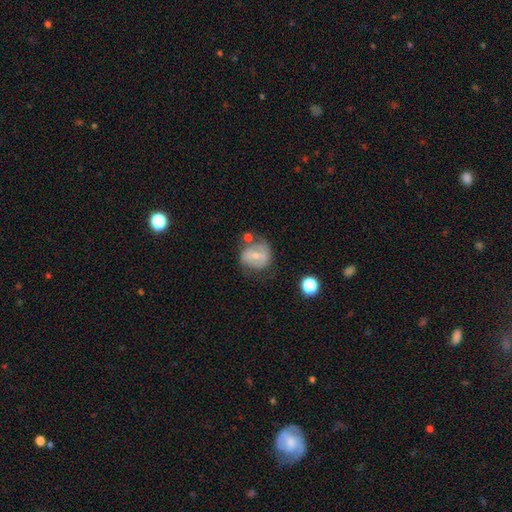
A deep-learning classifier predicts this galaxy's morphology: This appears to be a smooth galaxy with no disk features (49%). Merging: none (51%).